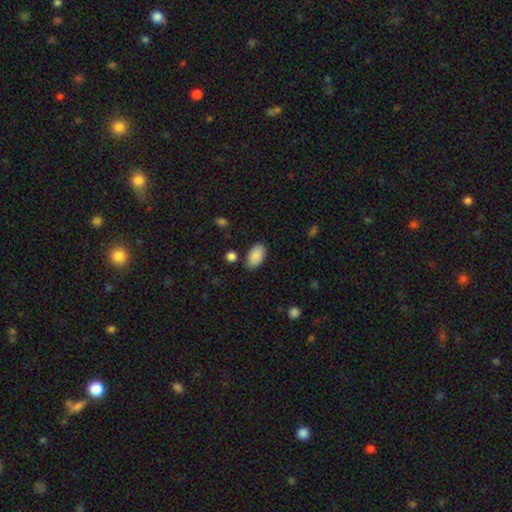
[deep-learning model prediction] Overall: smooth (89%). How rounded: in between (94%). Merging: none (82%).